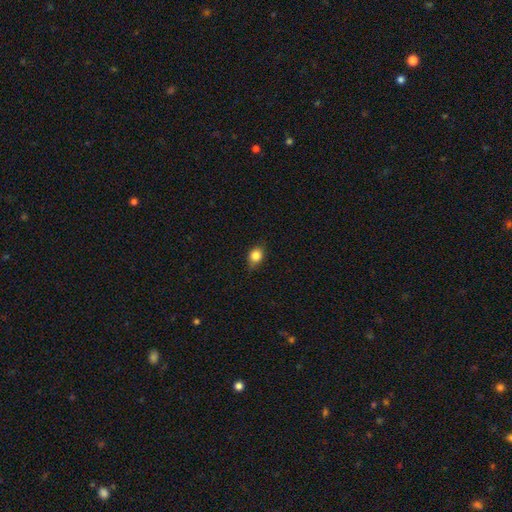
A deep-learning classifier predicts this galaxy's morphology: Q: Smooth or featured?
A: smooth (83%); runner-up: star or artifact (9%)
Q: How rounded?
A: in between (52%); runner-up: round (46%)
Q: Merging?
A: none (72%); runner-up: minor disturbance (23%)